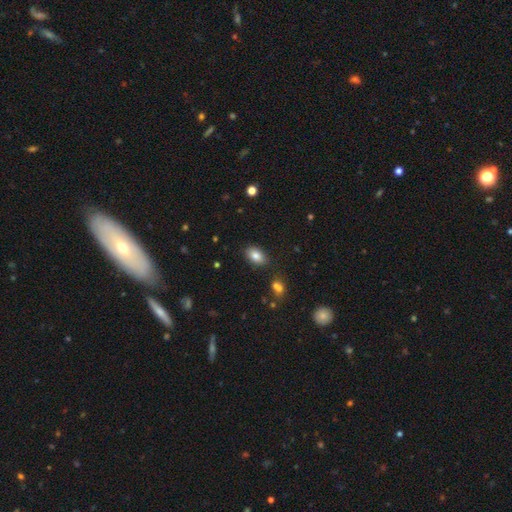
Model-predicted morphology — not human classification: Smooth or featured: smooth — 82% (featured or disk — 9%)
How rounded: in between — 90% (round — 8%)
Merging: none — 84% (minor disturbance — 10%)